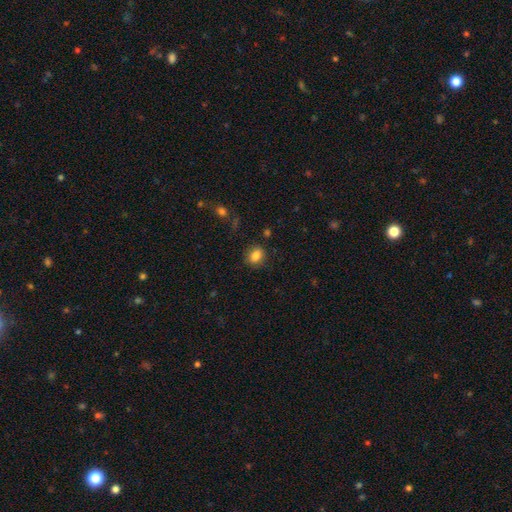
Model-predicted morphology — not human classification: Smooth or featured? smooth (84%)
How rounded? in between (55%)
Merging? none (82%)